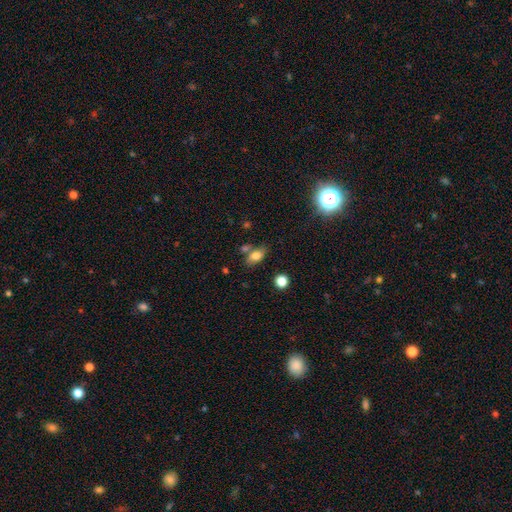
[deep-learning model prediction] Morphology: type=smooth (77%); roundness=in between (82%); merging=none (61%).